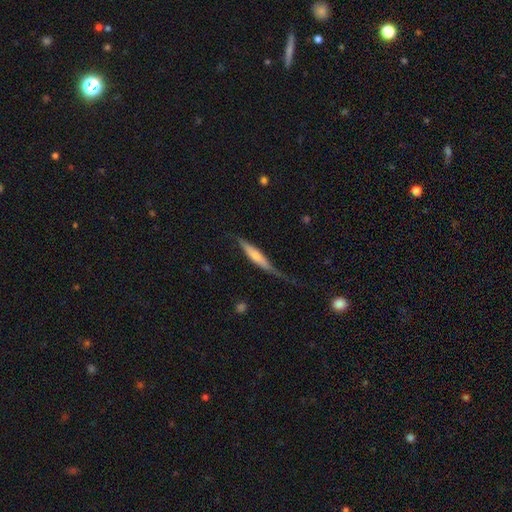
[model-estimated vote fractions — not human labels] Smooth or featured? smooth (47%, tied with featured or disk)
Merging? none (49%)